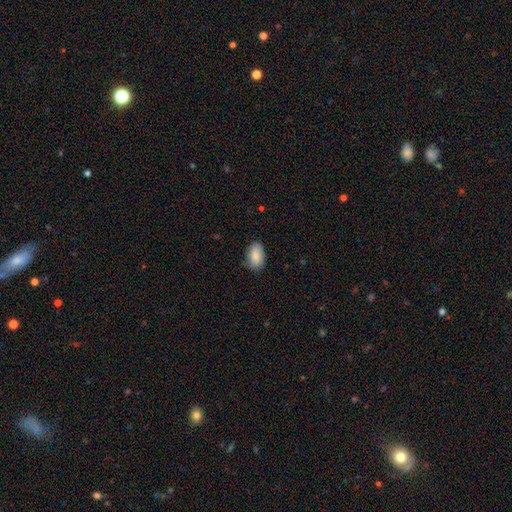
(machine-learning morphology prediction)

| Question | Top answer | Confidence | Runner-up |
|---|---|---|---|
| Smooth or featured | smooth | 86% | featured or disk (8%) |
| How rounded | in between | 92% | round (7%) |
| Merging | none | 80% | minor disturbance (16%) |